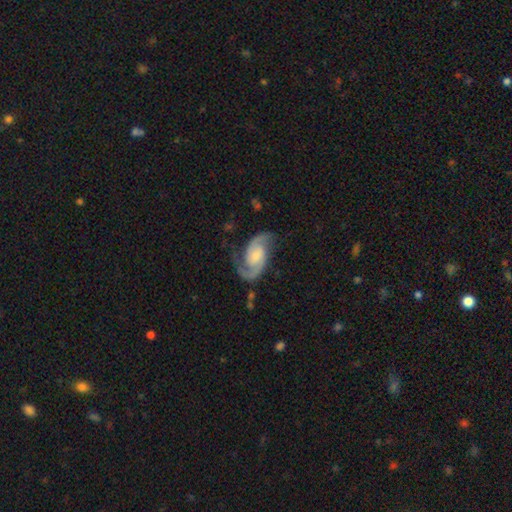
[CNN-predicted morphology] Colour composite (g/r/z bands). It shows a featured or disk galaxy (90%) with no bar (53%), 2 (93%) medium (55%) spiral arms (98%) and a small central bulge (35%). Merging: none (74%).